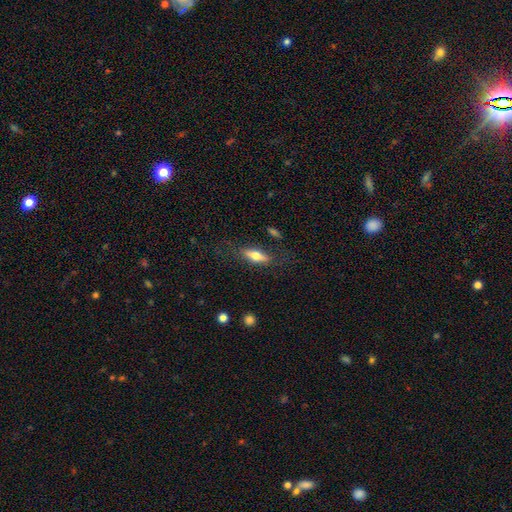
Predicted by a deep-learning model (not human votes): smooth 60%, featured or disk 33%, star or artifact 7%. Down the decision tree: how rounded — in between (53%); merging — none (73%).